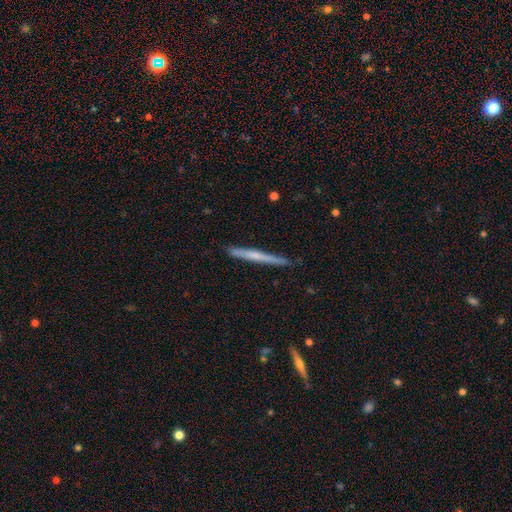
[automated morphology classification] The model was most divided on "smooth or featured": featured or disk: 50%, smooth: 45%, star or artifact: 6%. More confident: merging — none (87%).